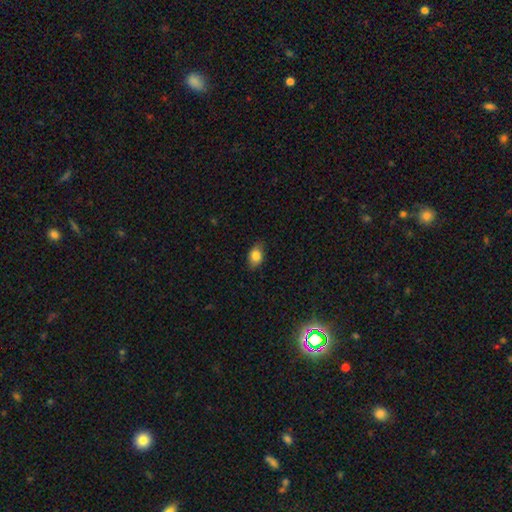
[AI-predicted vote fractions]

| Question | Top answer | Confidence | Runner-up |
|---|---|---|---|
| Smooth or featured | smooth | 84% | star or artifact (8%) |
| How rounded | in between | 82% | round (16%) |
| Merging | none | 83% | minor disturbance (14%) |